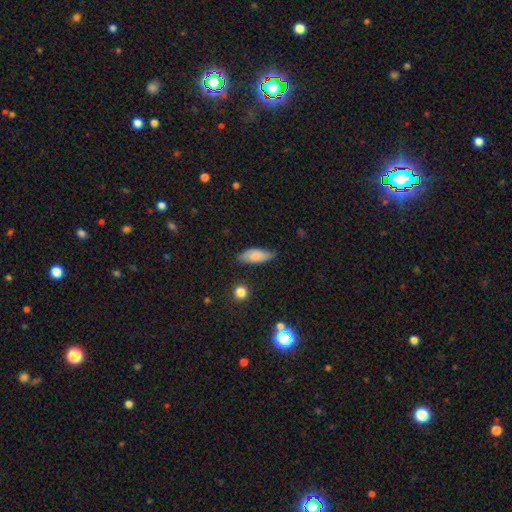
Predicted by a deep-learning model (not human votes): Smooth or featured: smooth — 75% (featured or disk — 18%)
How rounded: in between — 80% (cigar-shaped — 18%)
Merging: none — 72% (minor disturbance — 23%)